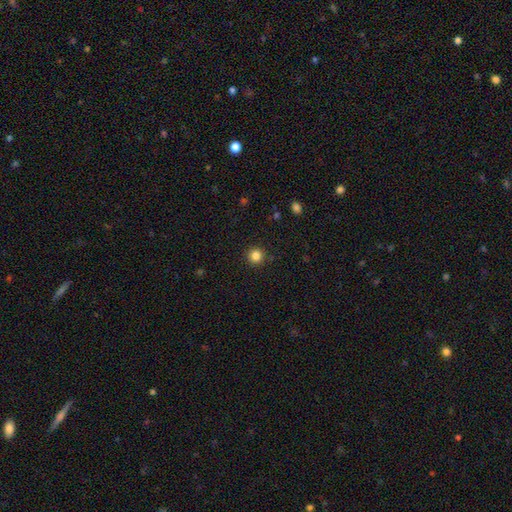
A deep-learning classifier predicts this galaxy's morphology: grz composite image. It shows a smooth galaxy with no disk features (84%) that is round (95%). Merging: none (92%).